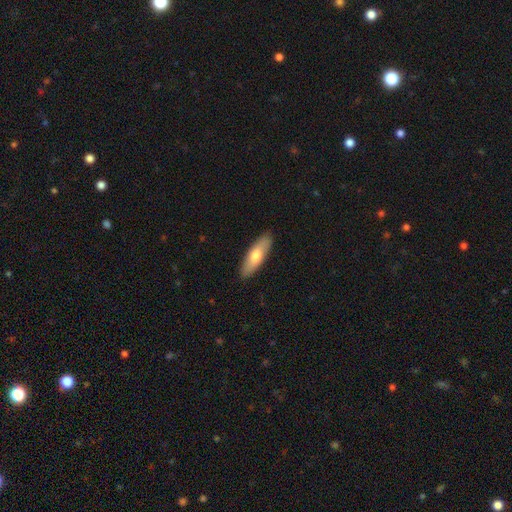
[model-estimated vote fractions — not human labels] A smooth galaxy with no disk features (68%) that is in between round and cigar-shaped (55%).

Vote fractions:
- Smooth or featured? smooth: 68% / featured or disk: 27% / star or artifact: 5%
- How rounded? in between: 55% / cigar-shaped: 43% / round: 2%
- Merging? none: 89% / minor disturbance: 8% / major disturbance: 2% / merger: 1%